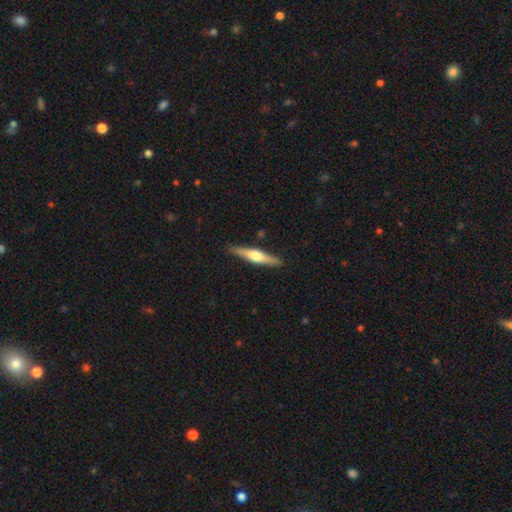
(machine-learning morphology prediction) This appears to be a featured or disk galaxy (61%) viewed edge-on (97%) with a rounded central bulge (89%). Merging: none (89%).